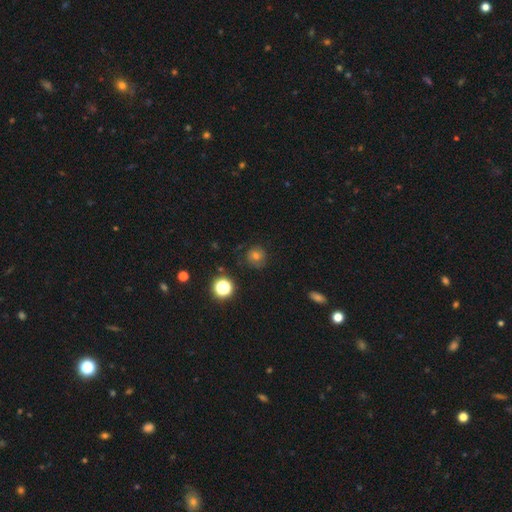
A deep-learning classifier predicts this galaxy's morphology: type=smooth (56%); roundness=round (89%); merging=none (78%).